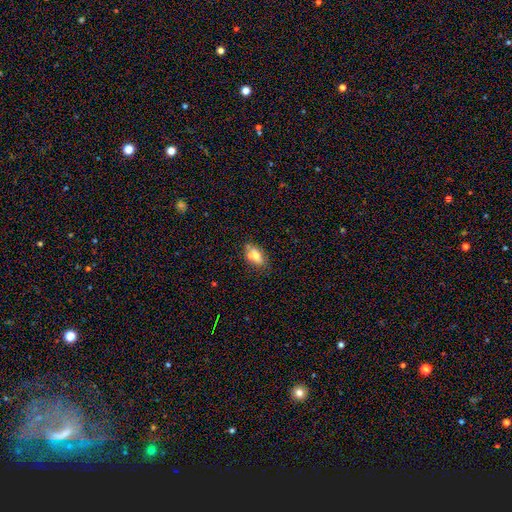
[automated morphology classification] type=smooth (66%); roundness=in between (82%); merging=none (62%).